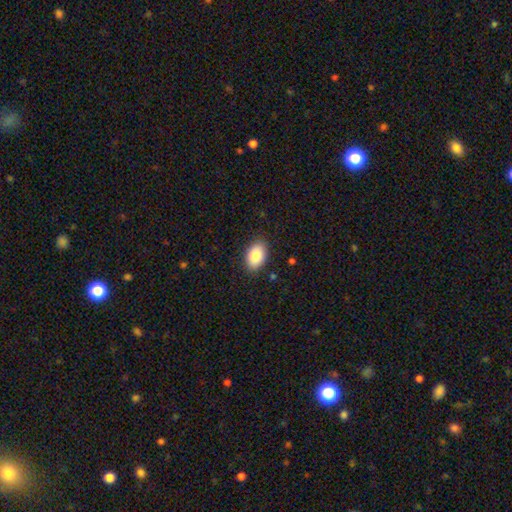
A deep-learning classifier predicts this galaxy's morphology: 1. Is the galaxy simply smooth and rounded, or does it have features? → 85% smooth, 8% featured or disk, 7% star or artifact.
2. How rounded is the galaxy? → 90% in between, 9% round, 1% cigar-shaped.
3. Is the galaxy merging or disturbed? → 87% none, 9% minor disturbance, 2% major disturbance, 1% merger.